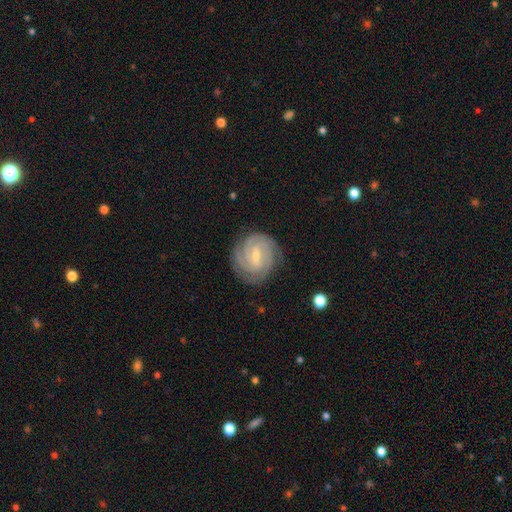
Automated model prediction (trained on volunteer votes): Q: Smooth or featured?
A: featured or disk (86%); runner-up: smooth (9%)
Q: Edge-on disk?
A: no (97%); runner-up: yes (3%)
Q: Bar?
A: weak (56%); runner-up: strong (29%)
Q: Spiral arms?
A: yes (97%); runner-up: no (3%)
Q: Spiral winding?
A: tight (77%); runner-up: medium (20%)
Q: Spiral arm count?
A: 3 (29%); runner-up: 4 (23%)
Q: Bulge size?
A: small (66%); runner-up: moderate (29%)
Q: Merging?
A: none (82%); runner-up: minor disturbance (13%)